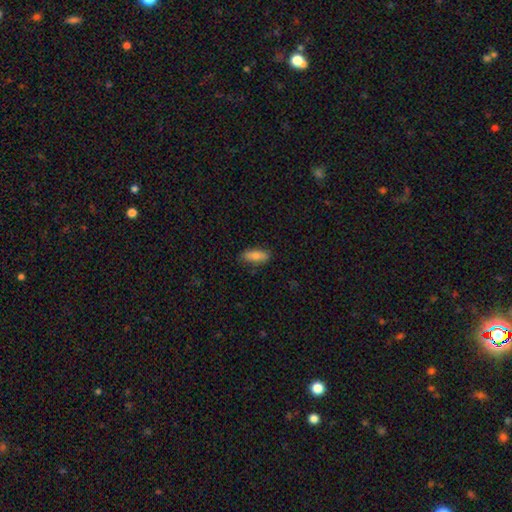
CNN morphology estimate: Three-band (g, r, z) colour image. It shows a smooth galaxy with no disk features (78%) that is in between round and cigar-shaped (69%). Merging: none (83%).